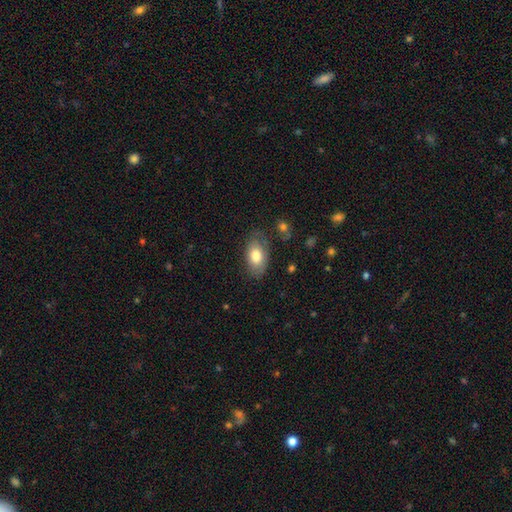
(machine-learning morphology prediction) smooth 76%, featured or disk 17%, star or artifact 7%. Down the decision tree: how rounded — in between (91%); merging — none (76%).